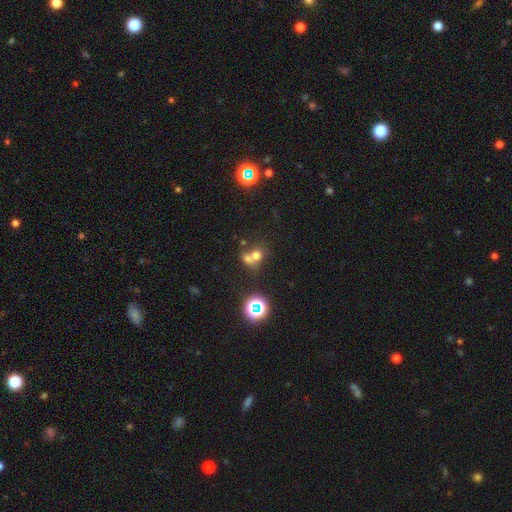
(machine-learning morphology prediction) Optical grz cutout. It shows a smooth galaxy with no disk features (61%) that is round (75%). Merging: merger (56%).